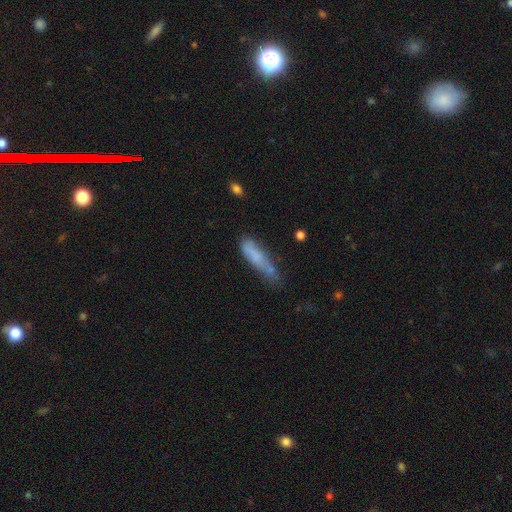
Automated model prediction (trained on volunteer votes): Smooth or featured?
  - smooth: 70% *
  - featured or disk: 21%
  - star or artifact: 9%
How rounded?
  - cigar-shaped: 73% *
  - in between: 25%
  - round: 2%
Merging?
  - none: 42% *
  - minor disturbance: 32%
  - major disturbance: 16%
  - merger: 10%